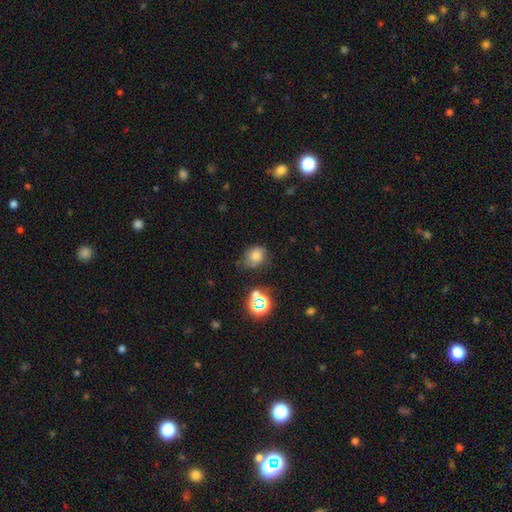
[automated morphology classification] smooth_or_featured: smooth (p=0.74) [alt: star or artifact p=0.16]
how_rounded: round (p=0.56) [alt: in between p=0.43]
merging: none (p=0.63) [alt: minor disturbance p=0.26]